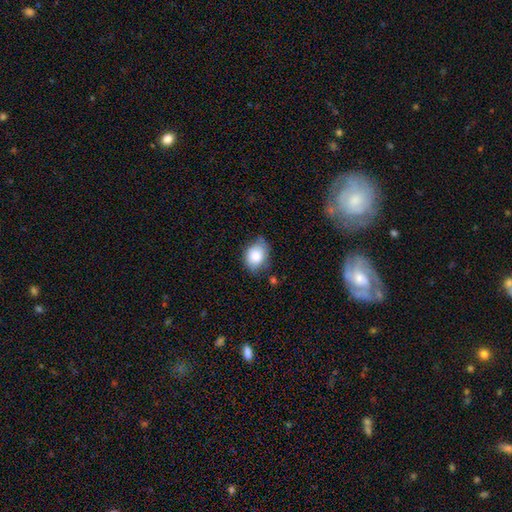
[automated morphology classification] This is clearly a smooth galaxy (84%). How rounded: likely in between (68%). Merging: possibly none (59%).